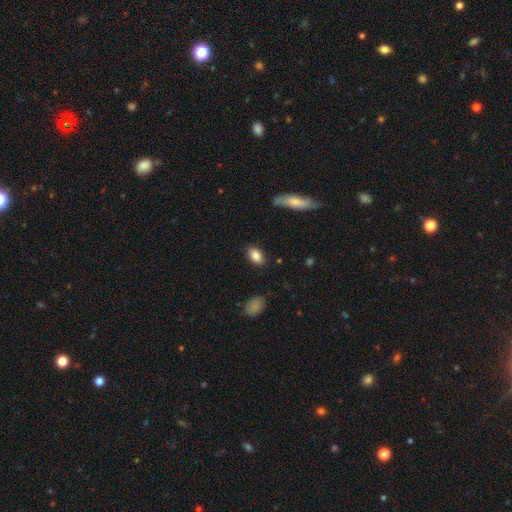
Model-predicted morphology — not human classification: Smooth or featured: smooth — 86% (star or artifact — 8%)
How rounded: in between — 89% (round — 9%)
Merging: none — 85% (minor disturbance — 11%)